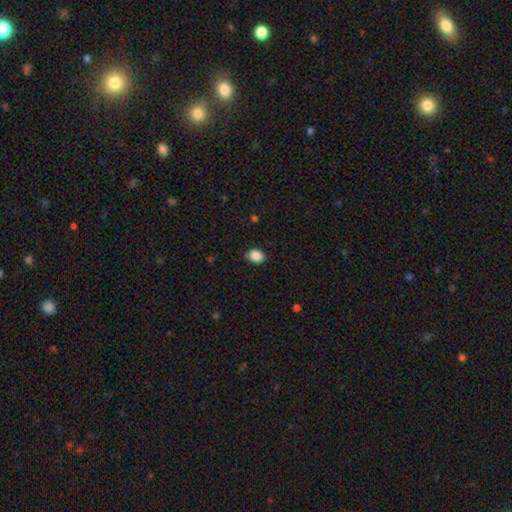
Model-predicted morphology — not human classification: smooth-or-featured: smooth: 88% | star or artifact: 9% | featured or disk: 3%
  how-rounded: in between: 55% | round: 44% | cigar-shaped: 1%
  merging: none: 80% | minor disturbance: 16% | major disturbance: 3% | merger: 1%